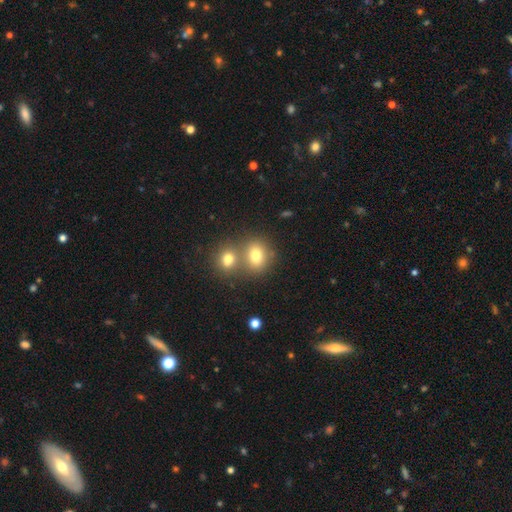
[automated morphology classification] Overall: smooth (77%). How rounded: round (61%; in between 38%). Merging: none (46%; merger 42%).